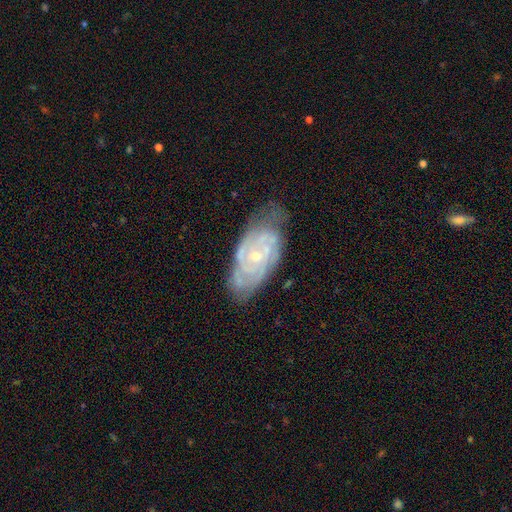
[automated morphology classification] Q: Smooth or featured?
A: featured or disk (83%); runner-up: smooth (11%)
Q: Edge-on disk?
A: no (95%); runner-up: yes (5%)
Q: Bar?
A: no (70%); runner-up: weak (25%)
Q: Spiral arms?
A: yes (94%); runner-up: no (6%)
Q: Spiral winding?
A: tight (70%); runner-up: medium (25%)
Q: Spiral arm count?
A: can't tell (36%); runner-up: 2 (26%)
Q: Bulge size?
A: small (73%); runner-up: moderate (23%)
Q: Merging?
A: none (65%); runner-up: minor disturbance (25%)